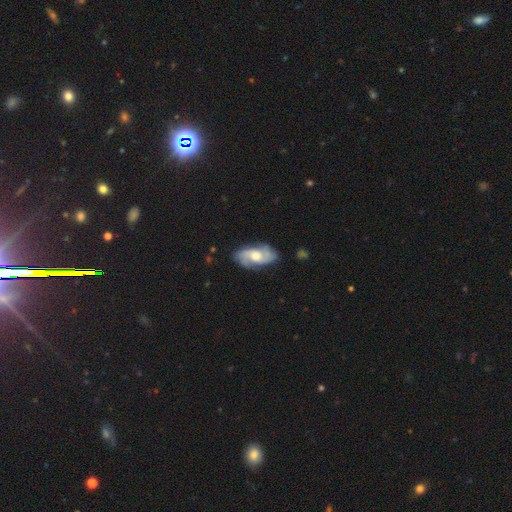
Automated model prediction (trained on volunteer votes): Smooth or featured? featured or disk (76%)
Edge-on disk? no (94%)
Bar? no (63%)
Spiral arms? yes (94%)
Spiral winding? medium (46%)
Spiral arm count? 2 (42%)
Bulge size? moderate (67%)
Merging? none (77%)